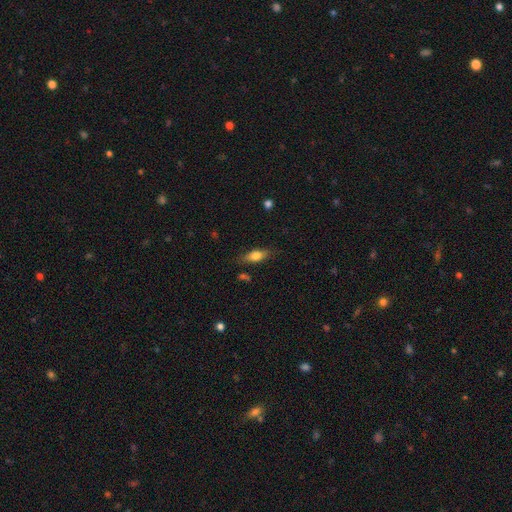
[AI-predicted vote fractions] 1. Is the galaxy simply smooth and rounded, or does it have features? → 72% smooth, 20% featured or disk, 8% star or artifact.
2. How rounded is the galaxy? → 73% in between, 23% cigar-shaped, 4% round.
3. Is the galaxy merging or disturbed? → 77% none, 16% minor disturbance, 4% major disturbance, 2% merger.